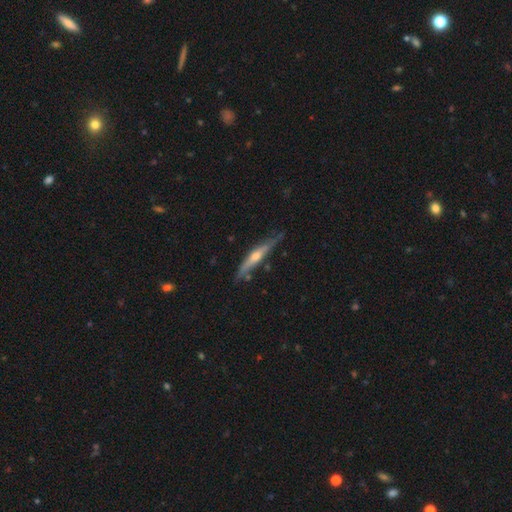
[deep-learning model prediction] Smooth or featured? Predicted: featured or disk (p=0.71). Edge-on disk? Predicted: yes (p=0.94). Edge-on bulge? Predicted: rounded (p=0.84). Merging? Predicted: none (p=0.76).